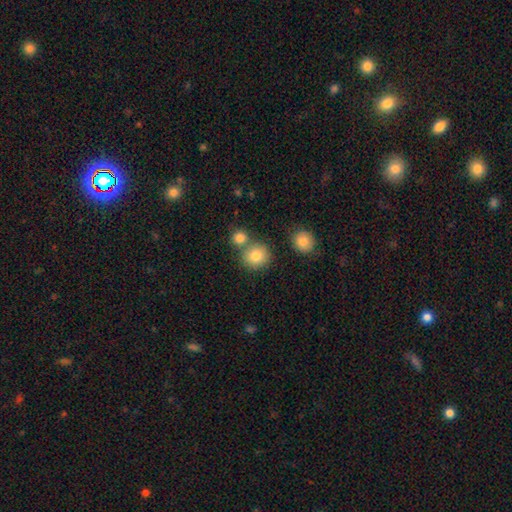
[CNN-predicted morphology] smooth-or-featured: smooth: 82% | star or artifact: 11% | featured or disk: 7%
  how-rounded: round: 87% | in between: 12% | cigar-shaped: 1%
  merging: none: 65% | merger: 24% | minor disturbance: 8% | major disturbance: 3%